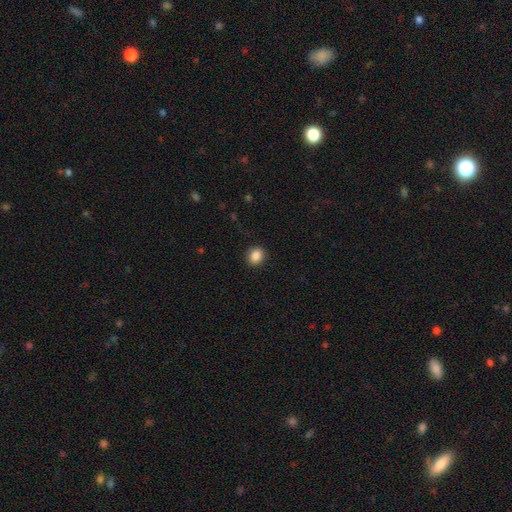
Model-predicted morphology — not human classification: A smooth galaxy with no disk features (88%) that is round (69%).

Vote fractions:
- Smooth or featured? smooth: 88% / star or artifact: 9% / featured or disk: 3%
- How rounded? round: 69% / in between: 30% / cigar-shaped: 1%
- Merging? none: 91% / minor disturbance: 6% / major disturbance: 2% / merger: 1%